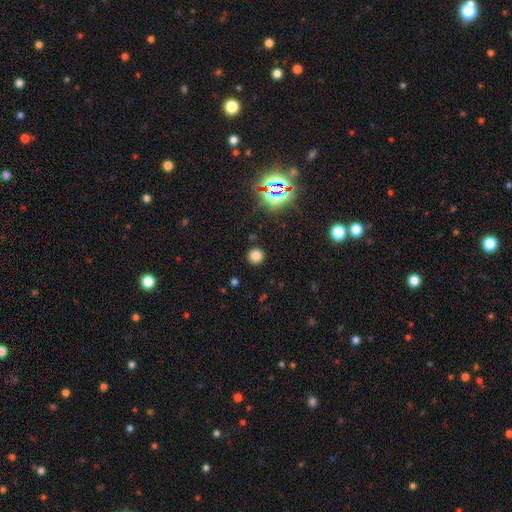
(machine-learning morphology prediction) smooth_or_featured: smooth (p=0.76) [alt: star or artifact p=0.19]
how_rounded: round (p=0.94) [alt: in between p=0.05]
merging: none (p=0.90) [alt: minor disturbance p=0.06]